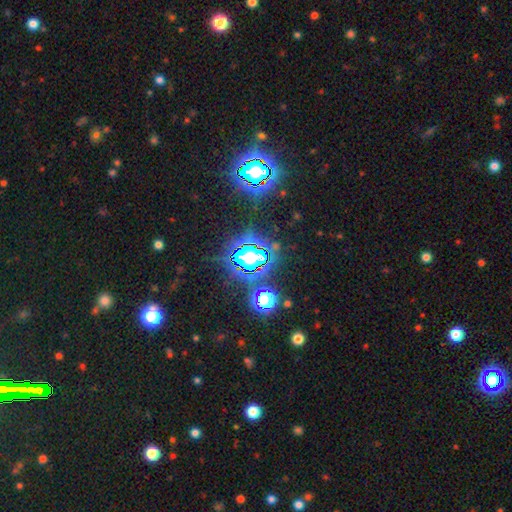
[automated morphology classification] A star or artifact, not a galaxy (79%).

Vote fractions:
- Smooth or featured? star or artifact: 79% / smooth: 13% / featured or disk: 9%